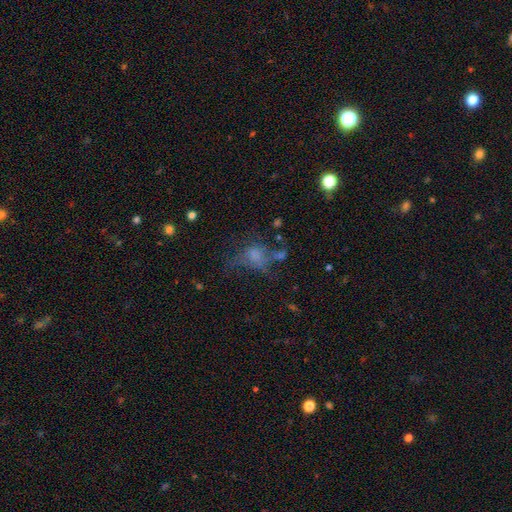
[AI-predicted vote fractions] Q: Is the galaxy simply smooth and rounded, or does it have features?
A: smooth — 47%.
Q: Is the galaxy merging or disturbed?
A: major disturbance — 36%.